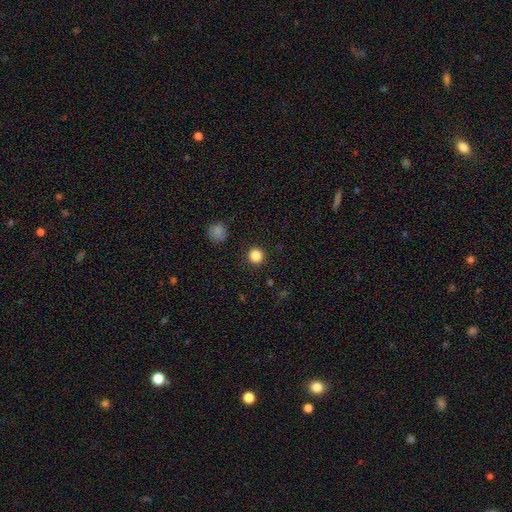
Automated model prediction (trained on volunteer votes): A smooth galaxy with no disk features (85%) that is round (94%).

Vote fractions:
- Smooth or featured? smooth: 85% / star or artifact: 12% / featured or disk: 3%
- How rounded? round: 94% / in between: 5% / cigar-shaped: 1%
- Merging? none: 92% / minor disturbance: 5% / major disturbance: 2% / merger: 1%